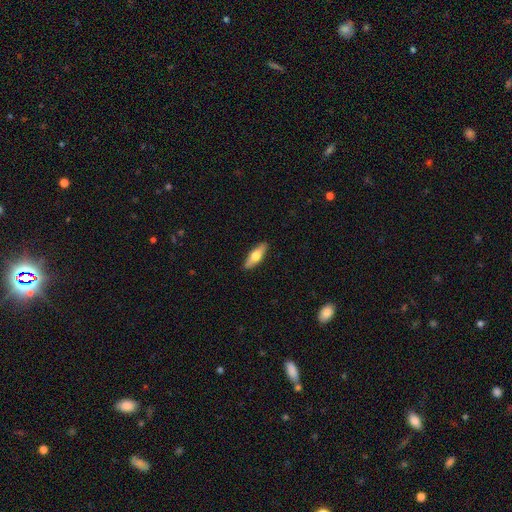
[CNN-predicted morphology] This appears to be a smooth galaxy with no disk features (55%) that is in between round and cigar-shaped (53%). Merging: none (89%).